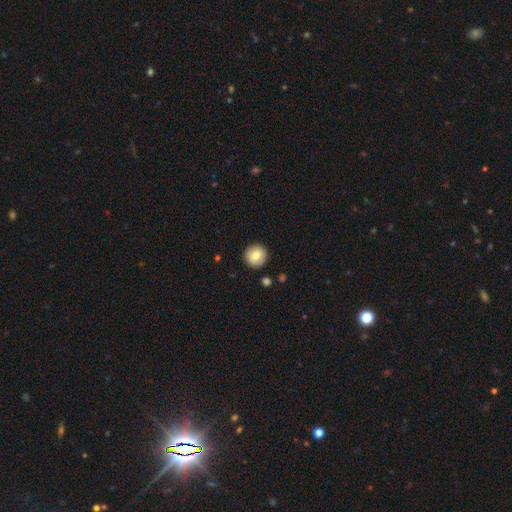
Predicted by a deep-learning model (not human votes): A smooth galaxy with no disk features (79%) that is round (94%).

Vote fractions:
- Smooth or featured? smooth: 79% / featured or disk: 13% / star or artifact: 8%
- How rounded? round: 94% / in between: 5% / cigar-shaped: 1%
- Merging? none: 90% / minor disturbance: 7% / major disturbance: 2% / merger: 2%